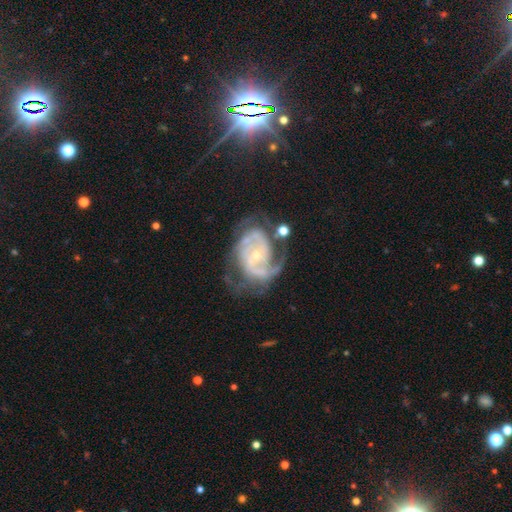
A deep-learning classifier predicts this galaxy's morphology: A featured or disk galaxy (89%) with no bar (67%), 2 (42%) tight (49%) spiral arms (95%) and a small central bulge (70%).

Vote fractions:
- Smooth or featured? featured or disk: 89% / star or artifact: 6% / smooth: 6%
- Edge-on disk? no: 98% / yes: 2%
- Bar? no: 67% / weak: 26% / strong: 7%
- Spiral arms? yes: 95% / no: 5%
- Spiral winding? tight: 49% / medium: 39% / loose: 12%
- Spiral arm count? 2: 42% / can't tell: 22% / 3: 20% / 1: 7% / 4: 5% / more than 4: 4%
- Bulge size? small: 70% / moderate: 27% / none: 1% / large: 1% / dominant: 1%
- Merging? none: 49% / minor disturbance: 23% / major disturbance: 23% / merger: 5%